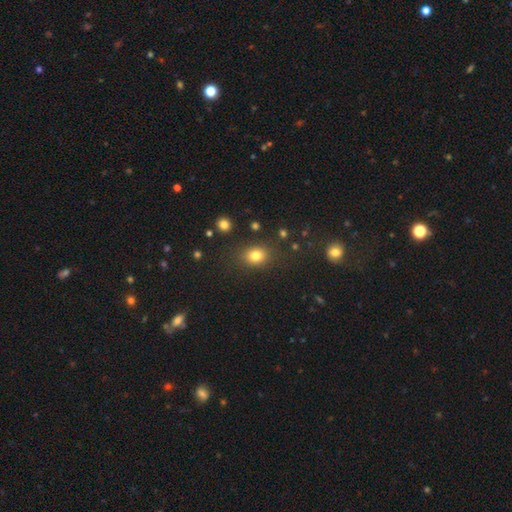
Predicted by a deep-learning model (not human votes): A smooth galaxy with no disk features (81%) that is in between round and cigar-shaped (51%).

Vote fractions:
- Smooth or featured? smooth: 81% / star or artifact: 12% / featured or disk: 7%
- How rounded? in between: 51% / round: 47% / cigar-shaped: 1%
- Merging? none: 81% / minor disturbance: 11% / major disturbance: 4% / merger: 3%